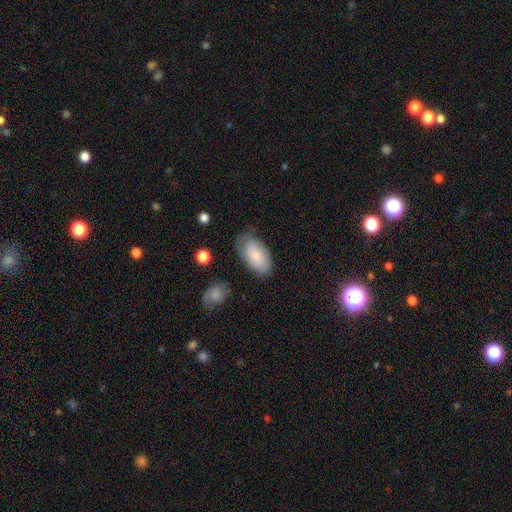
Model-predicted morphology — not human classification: Q: Smooth or featured?
A: smooth (80%); runner-up: featured or disk (14%)
Q: How rounded?
A: in between (95%); runner-up: cigar-shaped (3%)
Q: Merging?
A: none (72%); runner-up: minor disturbance (20%)